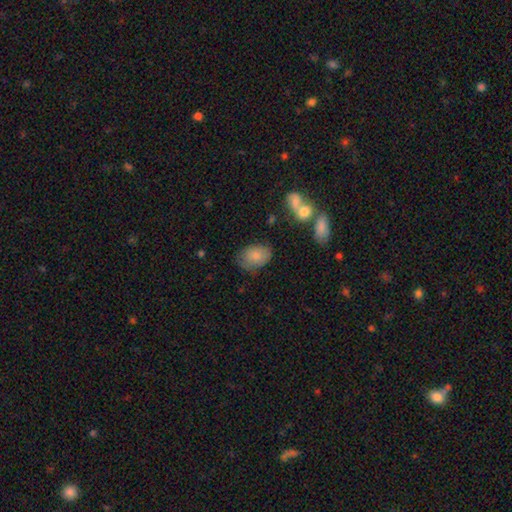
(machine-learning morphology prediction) smooth_or_featured: smooth (p=0.80) [alt: featured or disk p=0.12]
how_rounded: in between (p=0.80) [alt: round p=0.19]
merging: none (p=0.66) [alt: minor disturbance p=0.23]